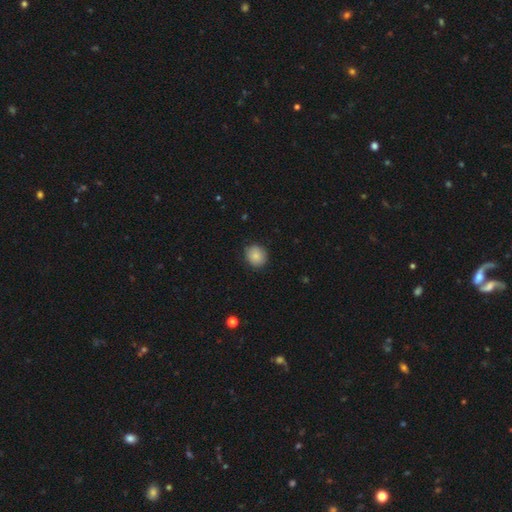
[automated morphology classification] smooth_or_featured: smooth (p=0.85) [alt: star or artifact p=0.08]
how_rounded: round (p=0.79) [alt: in between p=0.21]
merging: none (p=0.84) [alt: minor disturbance p=0.12]